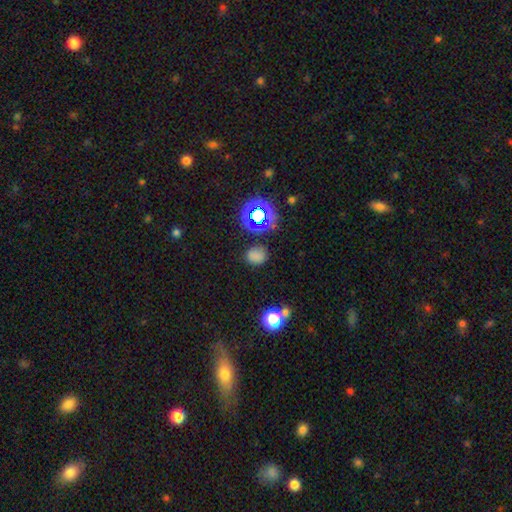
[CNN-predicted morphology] smooth-or-featured: smooth: 71% | star or artifact: 23% | featured or disk: 6%
  how-rounded: round: 60% | in between: 39% | cigar-shaped: 1%
  merging: none: 77% | minor disturbance: 14% | major disturbance: 5% | merger: 4%